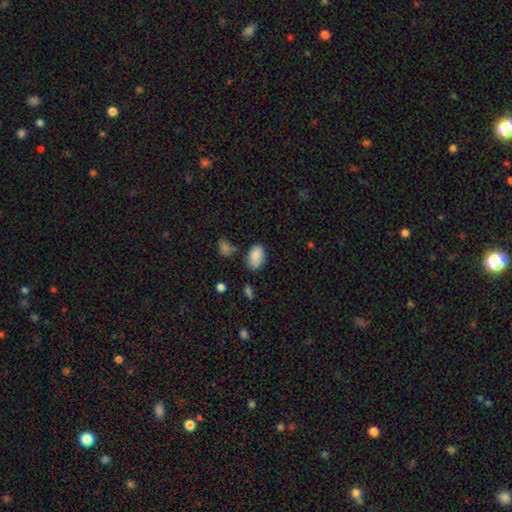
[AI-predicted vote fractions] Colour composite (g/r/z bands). It shows a smooth galaxy with no disk features (83%) that is in between round and cigar-shaped (89%). Merging: none (63%).